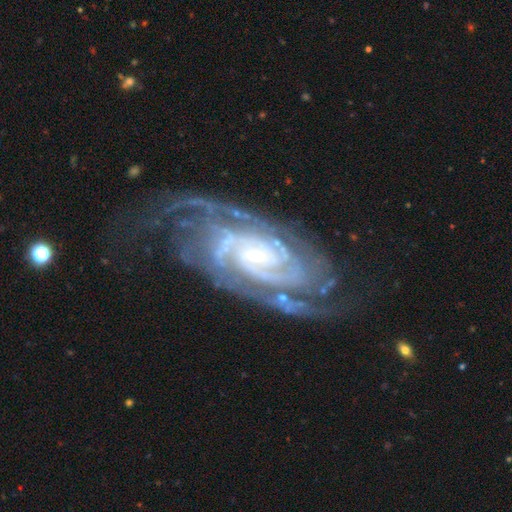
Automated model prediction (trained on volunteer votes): Smooth or featured?
  - featured or disk: 92% *
  - star or artifact: 5%
  - smooth: 3%
Edge-on disk?
  - no: 97% *
  - yes: 3%
Bar?
  - no: 58% *
  - weak: 27%
  - strong: 15%
Spiral arms?
  - yes: 99% *
  - no: 1%
Spiral winding?
  - tight: 72% *
  - medium: 24%
  - loose: 4%
Spiral arm count?
  - 2: 34% *
  - 3: 20%
  - can't tell: 15%
  - 4: 14%
  - more than 4: 9%
  - 1: 7%
Bulge size?
  - small: 78% *
  - moderate: 17%
  - none: 2%
  - large: 2%
  - dominant: 1%
Merging?
  - none: 65% *
  - minor disturbance: 19%
  - major disturbance: 13%
  - merger: 2%